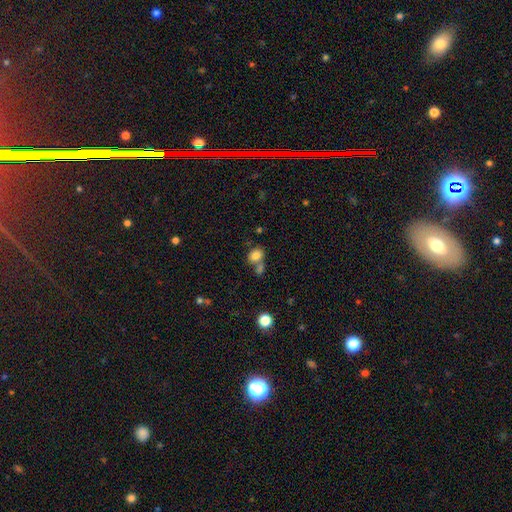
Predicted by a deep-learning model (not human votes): smooth_or_featured: smooth (p=0.82) [alt: star or artifact p=0.11]
how_rounded: in between (p=0.62) [alt: round p=0.36]
merging: none (p=0.45) [alt: merger p=0.38]